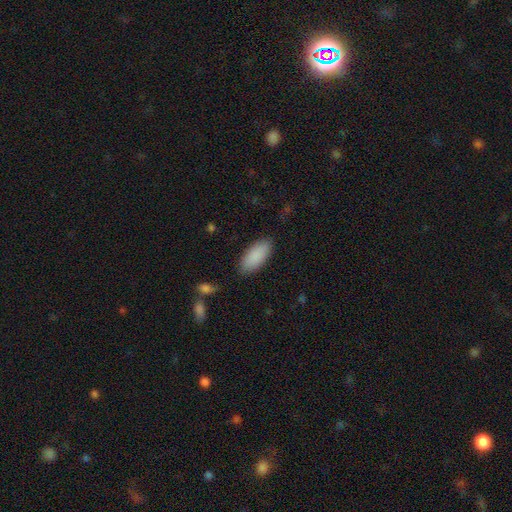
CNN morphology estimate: Smooth or featured? Predicted: smooth (p=0.90). How rounded? Predicted: in between (p=0.88). Merging? Predicted: none (p=0.86).